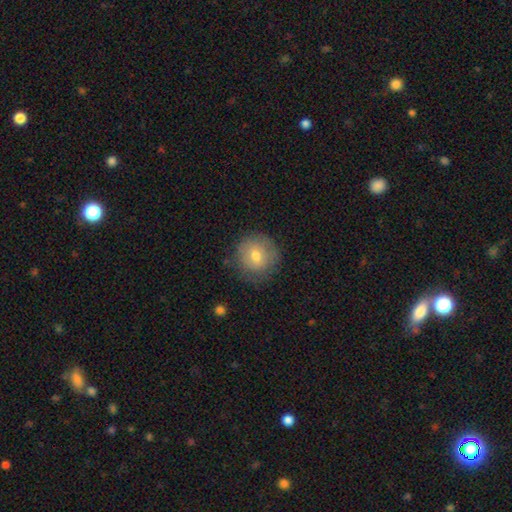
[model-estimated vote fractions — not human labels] Overall: smooth (72%). How rounded: round (92%). Merging: none (78%).